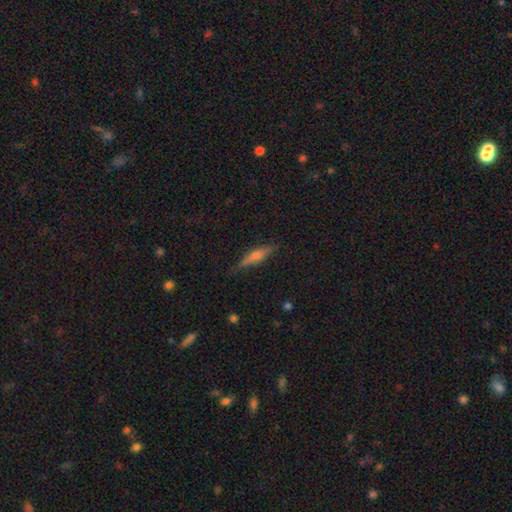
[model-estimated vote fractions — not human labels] Smooth or featured: featured or disk — 50% (smooth — 42%)
Merging: none — 82% (minor disturbance — 14%)